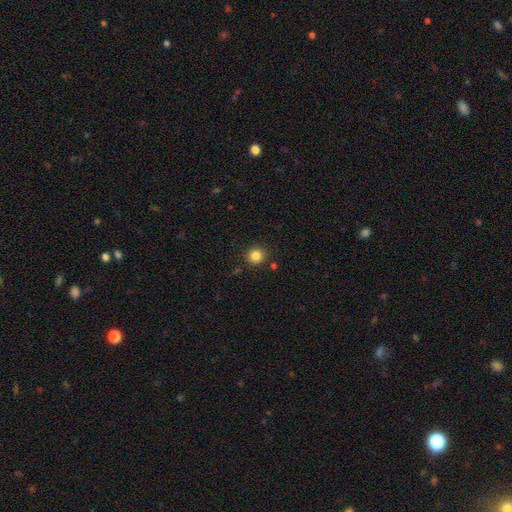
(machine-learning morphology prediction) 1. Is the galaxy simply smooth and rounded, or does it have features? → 84% smooth, 11% star or artifact, 4% featured or disk.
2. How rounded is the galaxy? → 93% round, 6% in between, 1% cigar-shaped.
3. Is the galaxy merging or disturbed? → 88% none, 7% minor disturbance, 3% merger, 2% major disturbance.